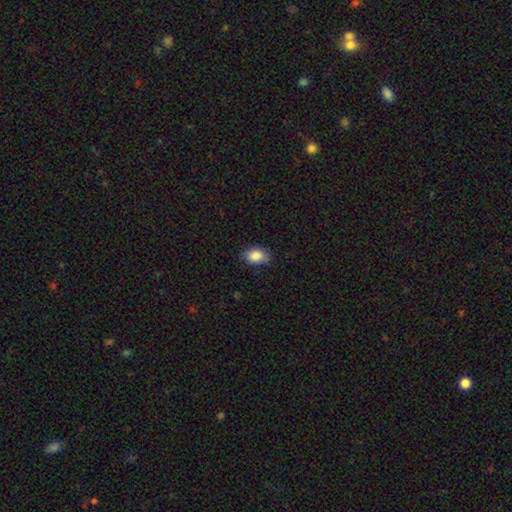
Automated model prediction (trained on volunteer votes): A smooth galaxy with no disk features (87%) that is in between round and cigar-shaped (79%). Merging: none (81%).